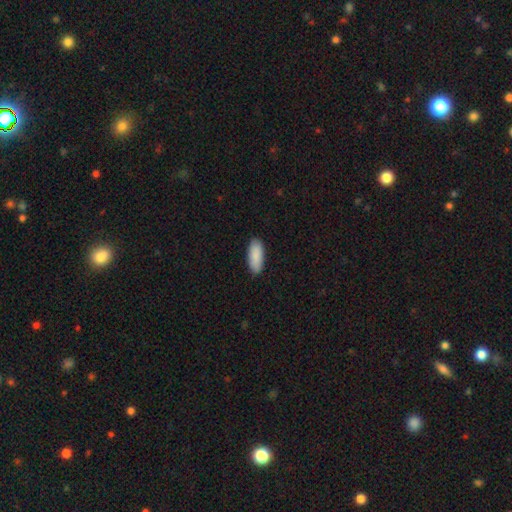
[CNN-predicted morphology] A smooth galaxy with no disk features (90%) that is in between round and cigar-shaped (83%). Merging: none (89%).